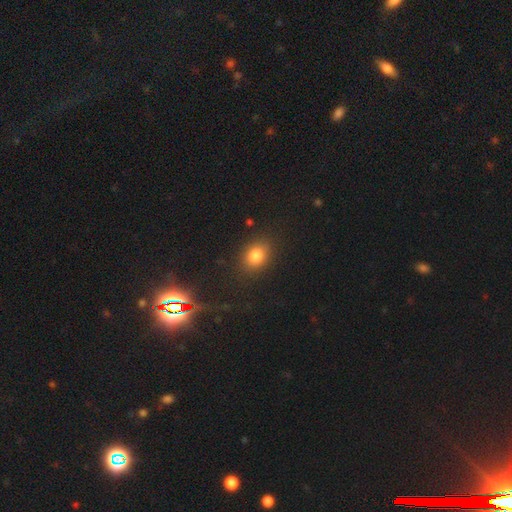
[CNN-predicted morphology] A smooth galaxy with no disk features (79%) that is in between round and cigar-shaped (54%). Merging: none (85%).